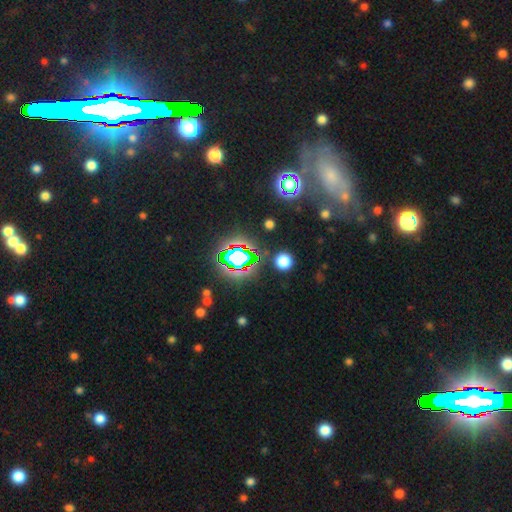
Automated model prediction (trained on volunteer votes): Morphology: type=star or artifact (74%).